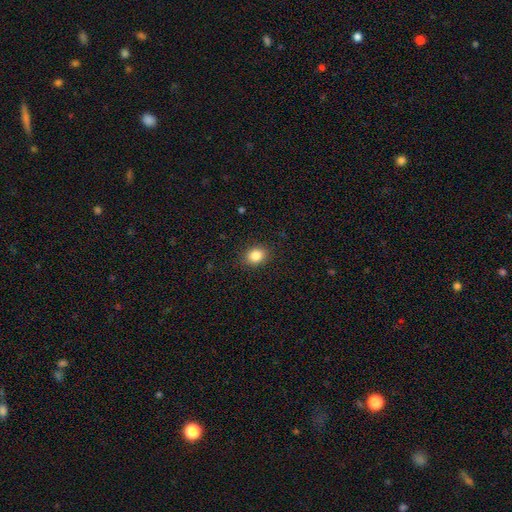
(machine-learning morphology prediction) Smooth or featured? smooth (85%)
How rounded? in between (50%)
Merging? none (89%)